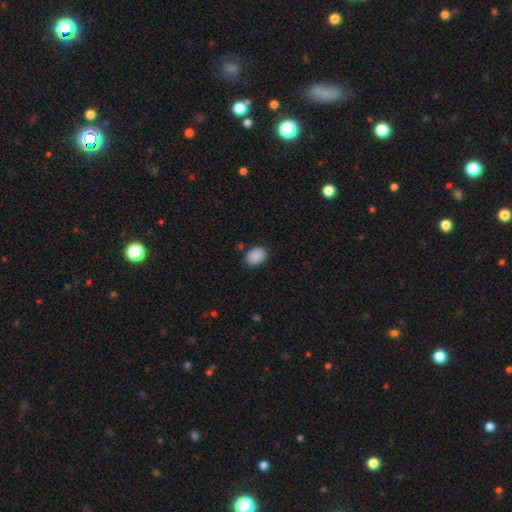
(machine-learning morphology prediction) A smooth galaxy with no disk features (89%) that is in between round and cigar-shaped (74%).

Vote fractions:
- Smooth or featured? smooth: 89% / star or artifact: 8% / featured or disk: 3%
- How rounded? in between: 74% / round: 26% / cigar-shaped: 1%
- Merging? none: 84% / minor disturbance: 12% / major disturbance: 3% / merger: 2%